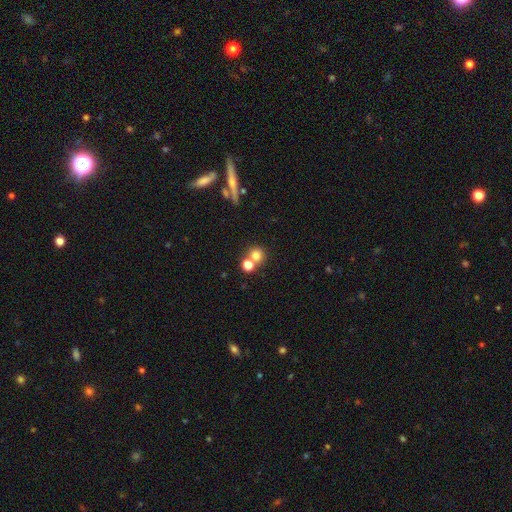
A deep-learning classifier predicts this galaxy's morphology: smooth-or-featured: smooth: 75% | star or artifact: 14% | featured or disk: 11%
  how-rounded: round: 86% | in between: 13% | cigar-shaped: 1%
  merging: none: 49% | merger: 40% | minor disturbance: 7% | major disturbance: 4%